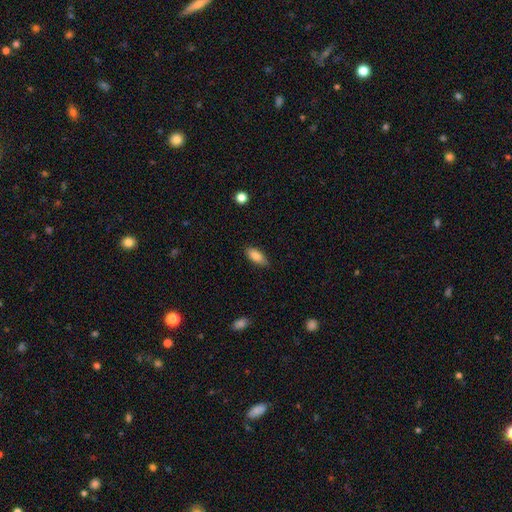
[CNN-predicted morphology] A smooth galaxy with no disk features (85%) that is in between round and cigar-shaped (86%).

Vote fractions:
- Smooth or featured? smooth: 85% / featured or disk: 8% / star or artifact: 7%
- How rounded? in between: 86% / cigar-shaped: 12% / round: 2%
- Merging? none: 84% / minor disturbance: 12% / major disturbance: 2% / merger: 1%